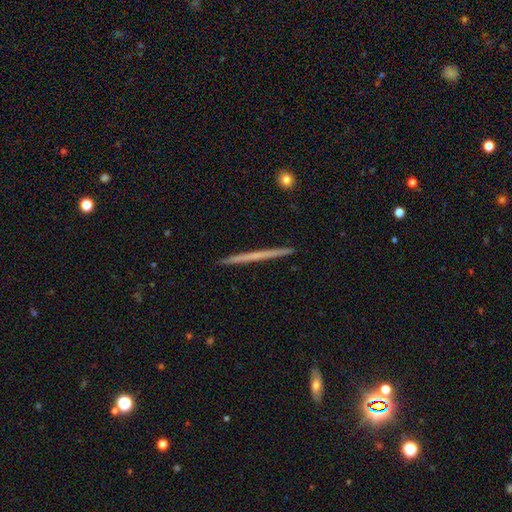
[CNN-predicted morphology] A featured or disk galaxy (57%) viewed edge-on (98%) with no central bulge (90%). Merging: none (93%).